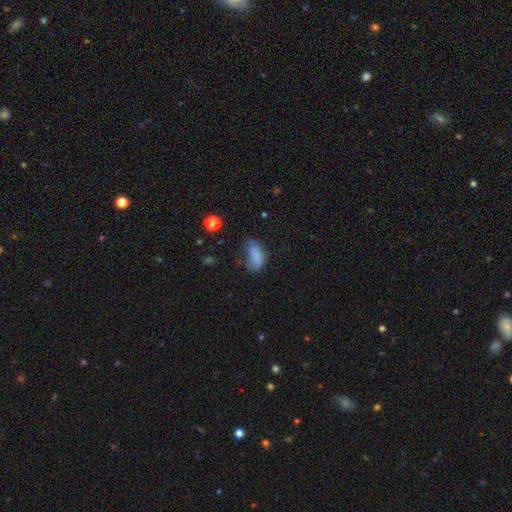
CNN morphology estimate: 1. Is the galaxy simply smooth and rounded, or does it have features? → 80% smooth, 11% star or artifact, 9% featured or disk.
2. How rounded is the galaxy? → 91% in between, 6% round, 4% cigar-shaped.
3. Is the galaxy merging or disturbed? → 44% none, 33% minor disturbance, 20% major disturbance, 4% merger.